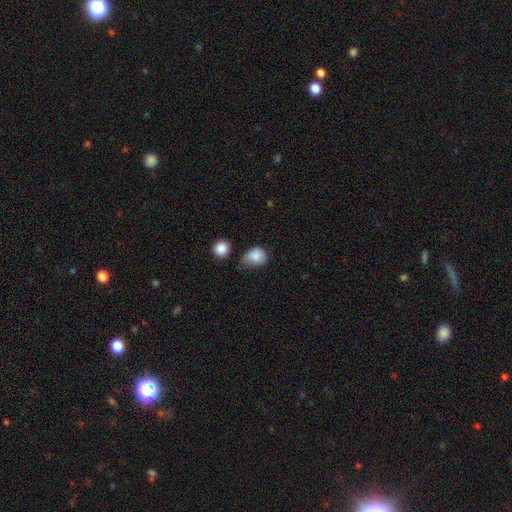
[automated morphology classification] This appears to be a smooth galaxy with no disk features (82%) that is round (59%). Merging: minor disturbance (41%).